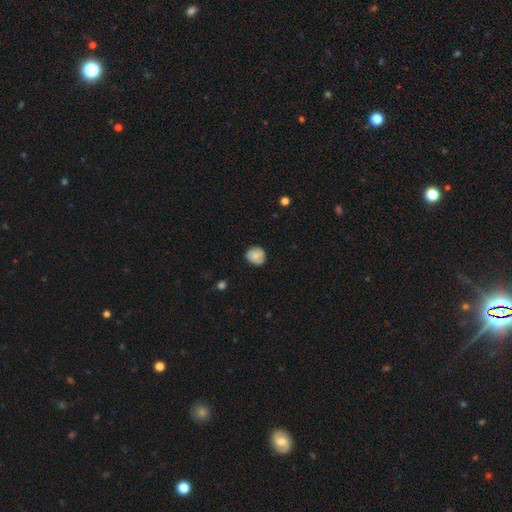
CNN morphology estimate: Q: Smooth or featured?
A: smooth (67%); runner-up: featured or disk (25%)
Q: How rounded?
A: round (81%); runner-up: in between (18%)
Q: Merging?
A: none (75%); runner-up: minor disturbance (20%)